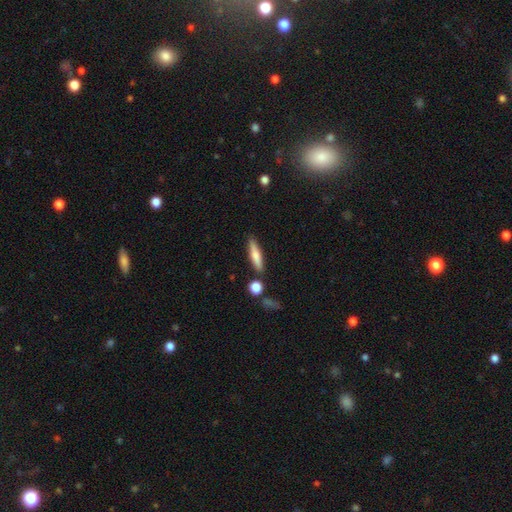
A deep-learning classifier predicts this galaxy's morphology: smooth-or-featured: smooth: 67% | featured or disk: 27% | star or artifact: 7%
  how-rounded: cigar-shaped: 78% | in between: 19% | round: 3%
  merging: none: 82% | minor disturbance: 11% | merger: 5% | major disturbance: 3%